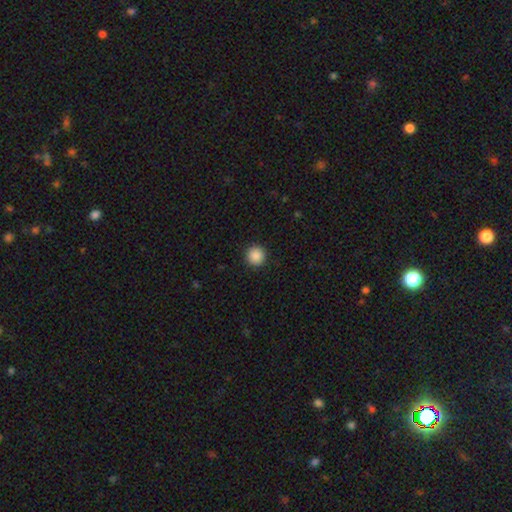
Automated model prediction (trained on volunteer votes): Smooth or featured? smooth (89%)
How rounded? round (96%)
Merging? none (93%)